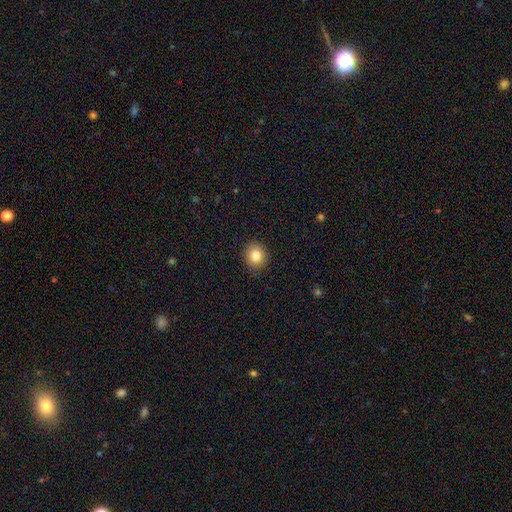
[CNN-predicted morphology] Smooth or featured?
  - smooth: 82% *
  - star or artifact: 10%
  - featured or disk: 7%
How rounded?
  - round: 80% *
  - in between: 19%
  - cigar-shaped: 1%
Merging?
  - none: 90% *
  - minor disturbance: 7%
  - major disturbance: 2%
  - merger: 1%